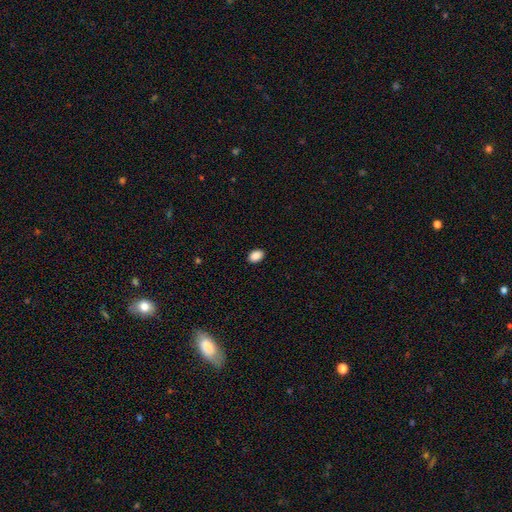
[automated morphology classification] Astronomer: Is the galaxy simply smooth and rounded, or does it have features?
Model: smooth — 90%.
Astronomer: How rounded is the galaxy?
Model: in between — 84%.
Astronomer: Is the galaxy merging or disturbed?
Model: none — 90%.